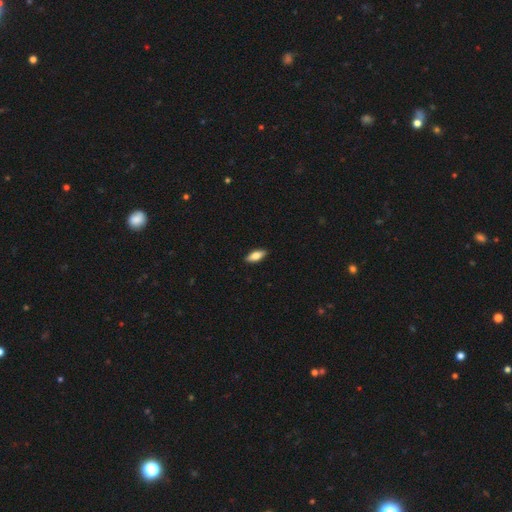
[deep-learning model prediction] Morphology: type=smooth (74%); roundness=in between (75%); merging=none (90%).